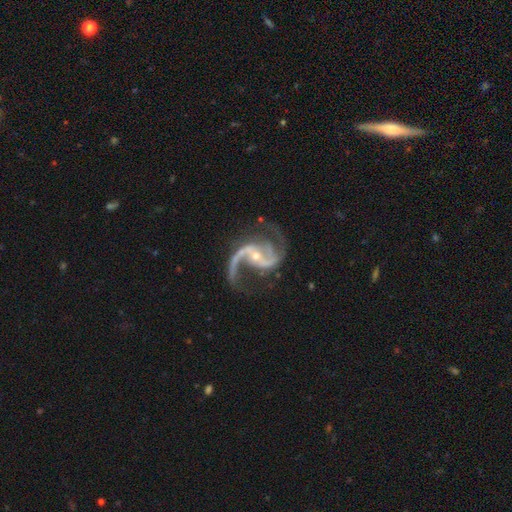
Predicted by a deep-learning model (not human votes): Overall: featured or disk (93%). Edge-on disk: no (98%). Bar: no (35%; weak 34%). Spiral arms: yes (98%). Spiral arm count: 2 (92%). Spiral winding: loose (49%; medium 44%). Bulge size: small (65%; moderate 32%). Merging: none (68%).